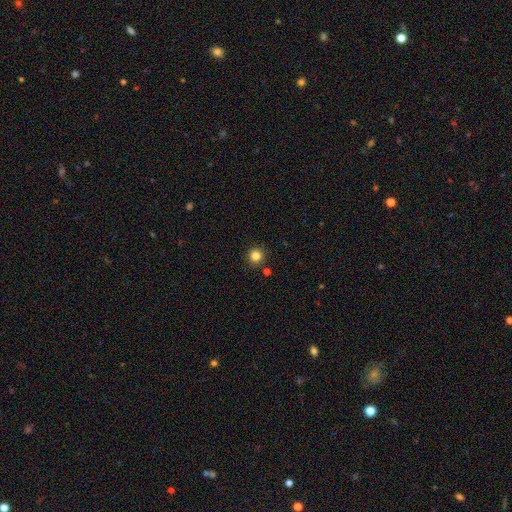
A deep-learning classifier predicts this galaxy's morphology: smooth-or-featured: smooth: 83% | star or artifact: 13% | featured or disk: 4%
  how-rounded: round: 94% | in between: 5% | cigar-shaped: 1%
  merging: none: 89% | minor disturbance: 6% | merger: 3% | major disturbance: 2%